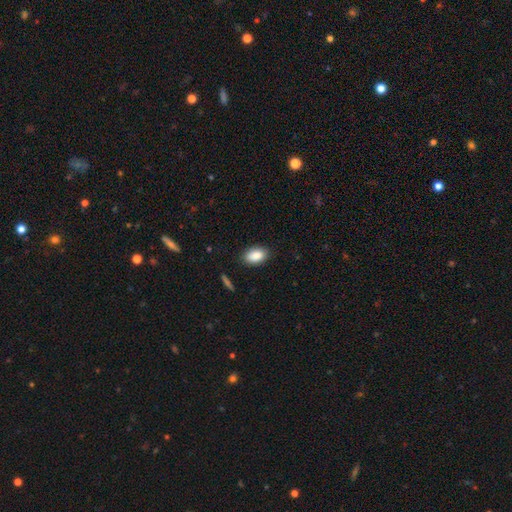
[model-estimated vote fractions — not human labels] Smooth or featured? smooth (88%)
How rounded? in between (91%)
Merging? none (87%)